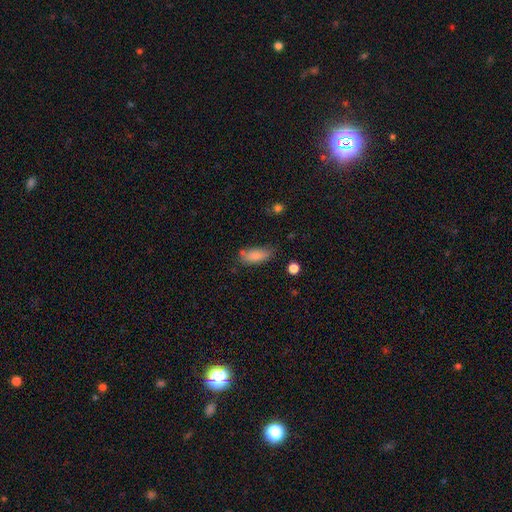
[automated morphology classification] The model was most divided on "merging": none: 66%, minor disturbance: 22%, major disturbance: 6%, merger: 5%. More confident: smooth or featured — smooth (85%); how rounded — in between (81%).